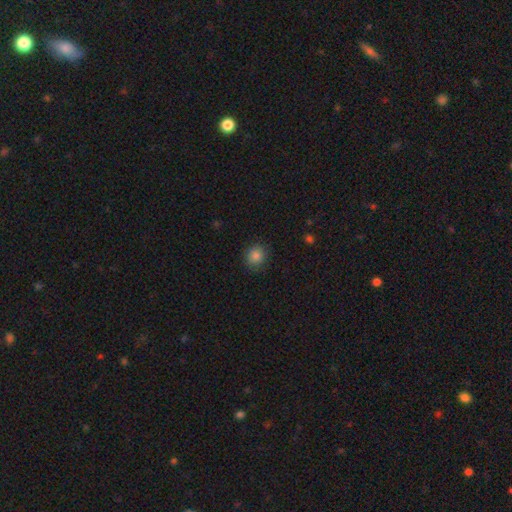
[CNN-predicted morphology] The model was most divided on "how rounded": round: 85%, in between: 14%, cigar-shaped: 1%. More confident: merging — none (88%); smooth or featured — smooth (85%).